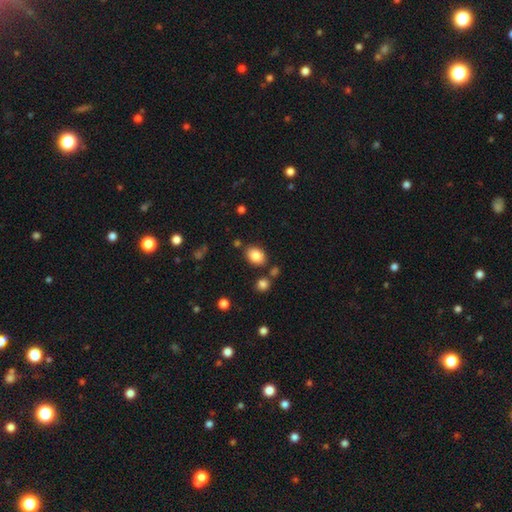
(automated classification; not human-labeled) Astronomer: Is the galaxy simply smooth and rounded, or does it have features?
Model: smooth — 84%.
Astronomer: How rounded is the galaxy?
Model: in between — 71%.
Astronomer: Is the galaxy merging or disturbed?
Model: none — 80%.